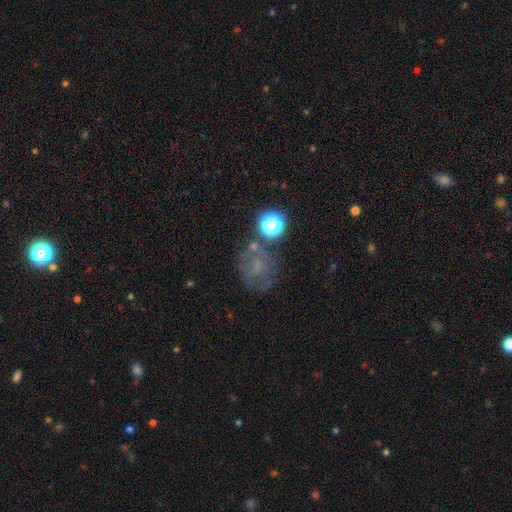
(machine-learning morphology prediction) This is marginally a star or artifact rather than a galaxy (39%).